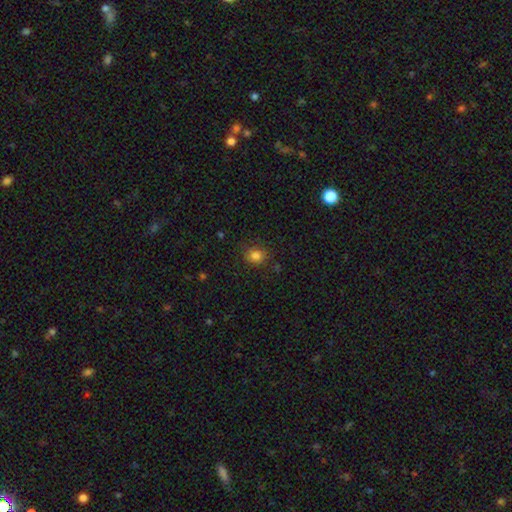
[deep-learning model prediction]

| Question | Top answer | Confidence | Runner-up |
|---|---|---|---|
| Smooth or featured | smooth | 82% | star or artifact (12%) |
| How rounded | round | 73% | in between (26%) |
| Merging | none | 84% | minor disturbance (11%) |